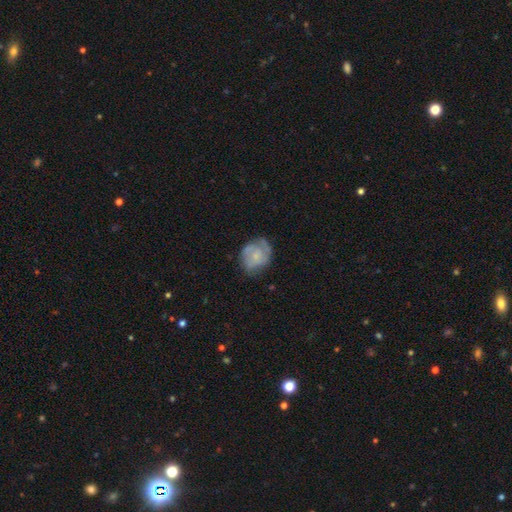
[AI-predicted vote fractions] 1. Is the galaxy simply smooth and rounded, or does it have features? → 48% featured or disk, 45% smooth, 7% star or artifact.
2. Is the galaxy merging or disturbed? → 58% none, 28% minor disturbance, 12% major disturbance, 2% merger.